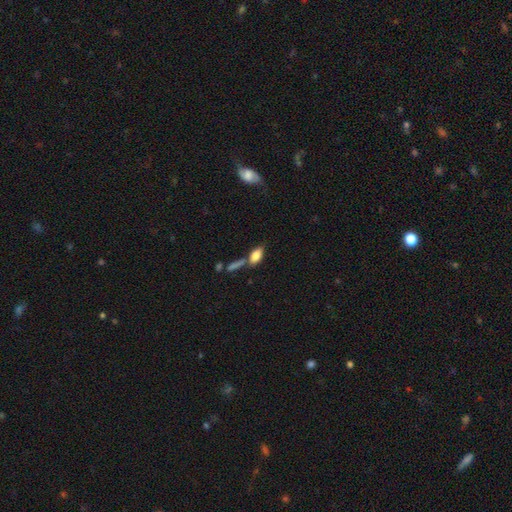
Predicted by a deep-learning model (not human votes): A smooth galaxy with no disk features (77%) that is in between round and cigar-shaped (86%).

Vote fractions:
- Smooth or featured? smooth: 77% / featured or disk: 15% / star or artifact: 8%
- How rounded? in between: 86% / cigar-shaped: 11% / round: 4%
- Merging? none: 51% / merger: 27% / minor disturbance: 15% / major disturbance: 7%